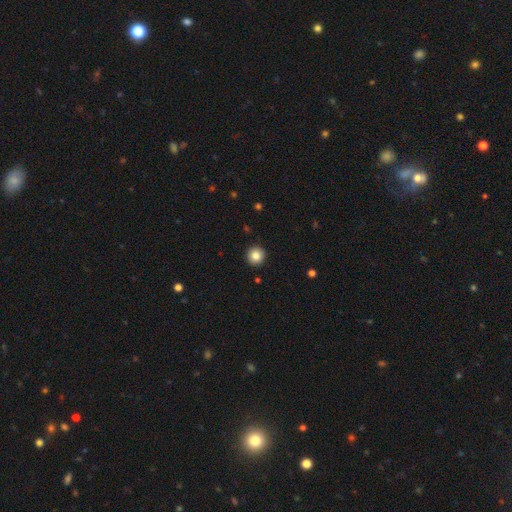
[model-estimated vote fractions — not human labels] This appears to be a smooth galaxy with no disk features (84%) that is round (96%). Merging: none (93%).